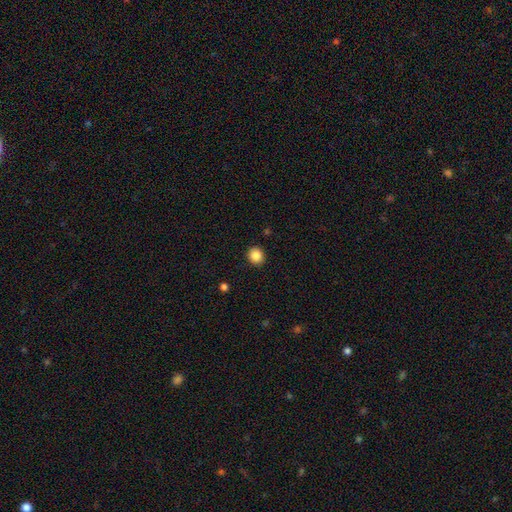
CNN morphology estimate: Overall: smooth (85%). How rounded: round (82%). Merging: none (91%).